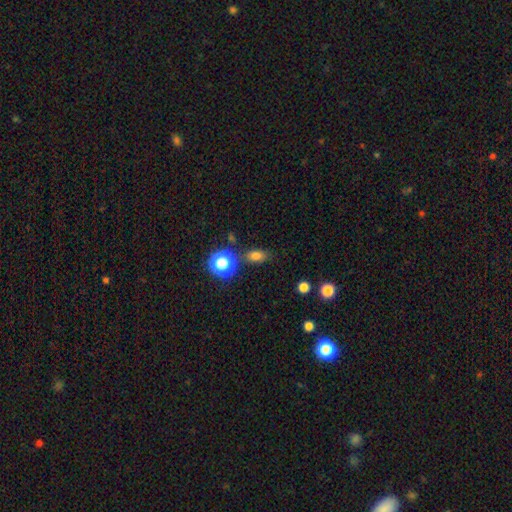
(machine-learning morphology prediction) type=smooth (74%); roundness=in between (73%); merging=none (77%).